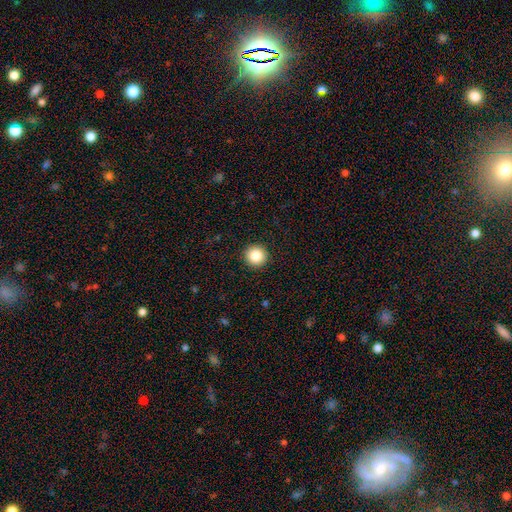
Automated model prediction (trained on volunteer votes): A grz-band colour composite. It shows a smooth galaxy with no disk features (86%) that is round (95%). Merging: none (93%).